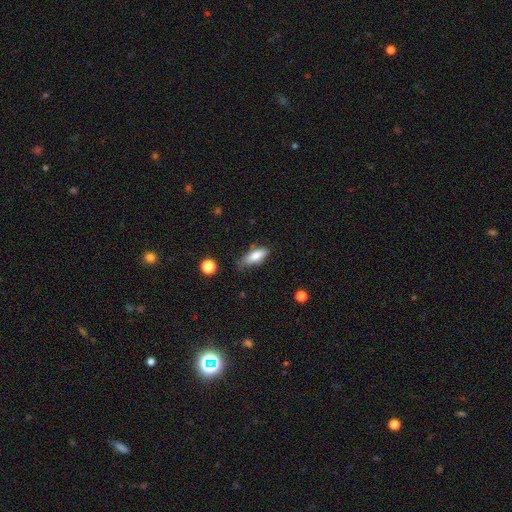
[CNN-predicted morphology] Overall: smooth (79%). How rounded: in between (68%; cigar-shaped 29%). Merging: none (67%).